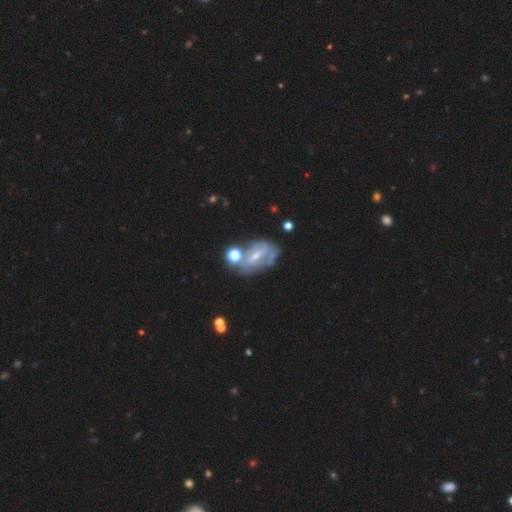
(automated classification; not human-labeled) Smooth or featured: featured or disk — 65% (smooth — 24%)
Edge-on disk: no — 91% (yes — 9%)
Bar: weak — 39% (strong — 32%)
Spiral arms: no — 53% (yes — 47%)
Bulge size: small — 49% (moderate — 33%)
Merging: none — 45% (minor disturbance — 23%)